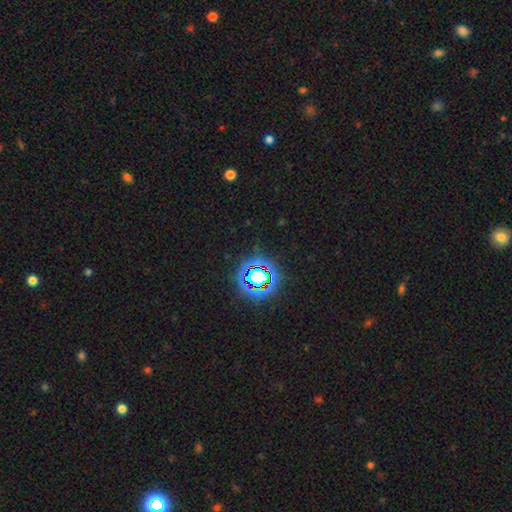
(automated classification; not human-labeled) A star or artifact, not a galaxy (79%).